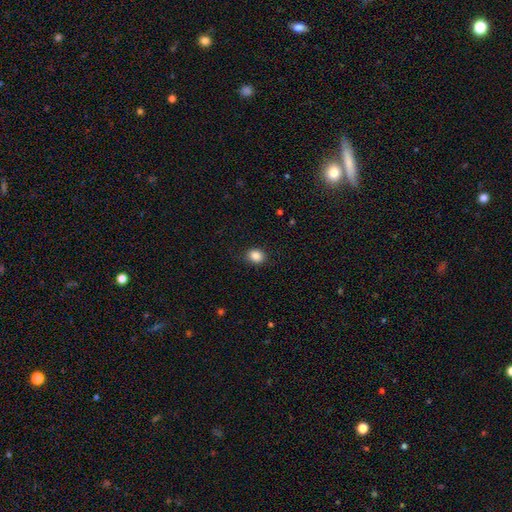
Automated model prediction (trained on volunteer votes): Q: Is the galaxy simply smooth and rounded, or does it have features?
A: smooth — 87%.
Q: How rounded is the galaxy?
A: round — 52%.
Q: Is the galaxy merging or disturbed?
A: none — 85%.